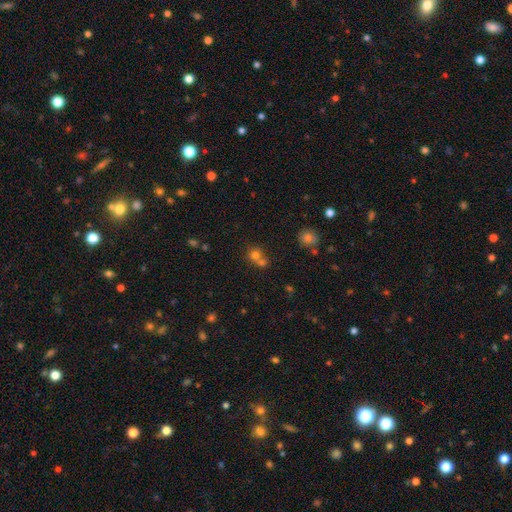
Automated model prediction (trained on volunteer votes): Q: Smooth or featured?
A: smooth (71%); runner-up: star or artifact (17%)
Q: How rounded?
A: round (84%); runner-up: in between (15%)
Q: Merging?
A: merger (48%); runner-up: none (43%)